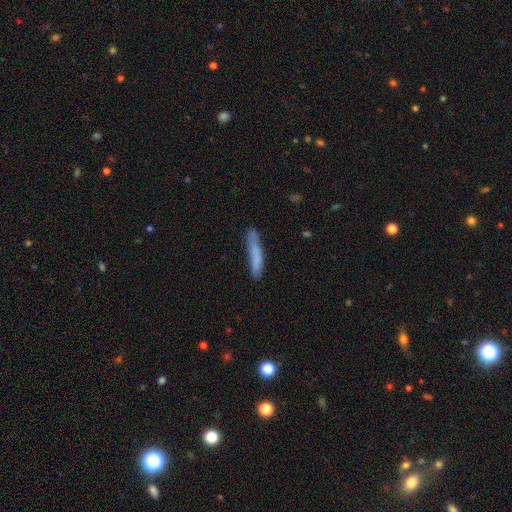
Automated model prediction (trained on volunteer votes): smooth 75%, featured or disk 18%, star or artifact 7%. Down the decision tree: how rounded — cigar-shaped (93%); merging — none (70%).